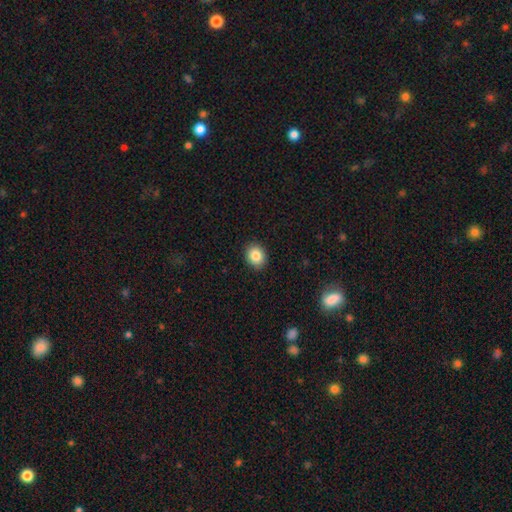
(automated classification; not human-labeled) This is clearly a smooth galaxy (85%). How rounded: possibly round (59%). Merging: clearly none (91%).